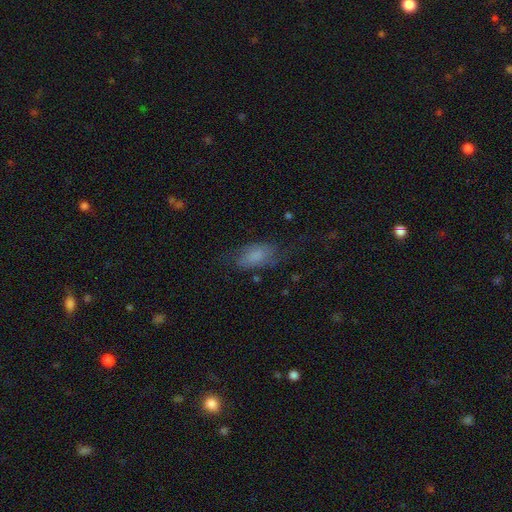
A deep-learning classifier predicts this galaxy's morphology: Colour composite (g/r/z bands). It shows a smooth galaxy with no disk features (63%) that is in between round and cigar-shaped (89%). Merging: none (52%).